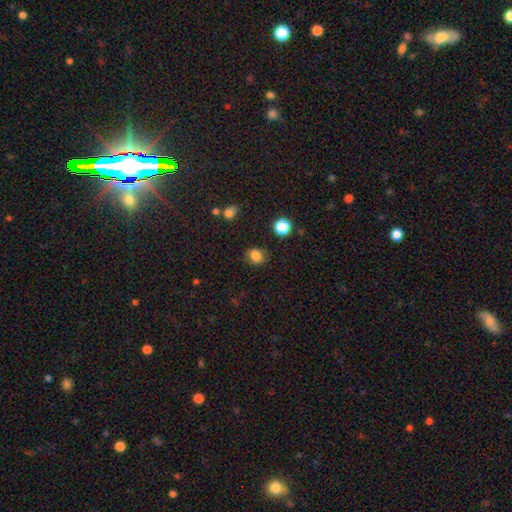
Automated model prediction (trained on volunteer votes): Overall: smooth (83%). How rounded: round (73%). Merging: none (84%).